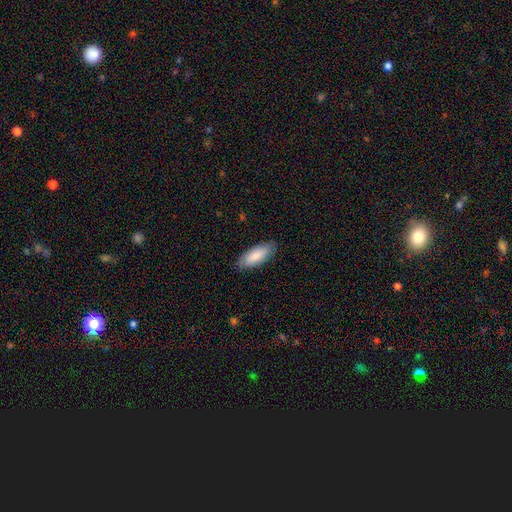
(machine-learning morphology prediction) smooth-or-featured: smooth: 86% | featured or disk: 9% | star or artifact: 5%
  how-rounded: in between: 80% | cigar-shaped: 19% | round: 1%
  merging: none: 86% | minor disturbance: 11% | major disturbance: 2% | merger: 1%